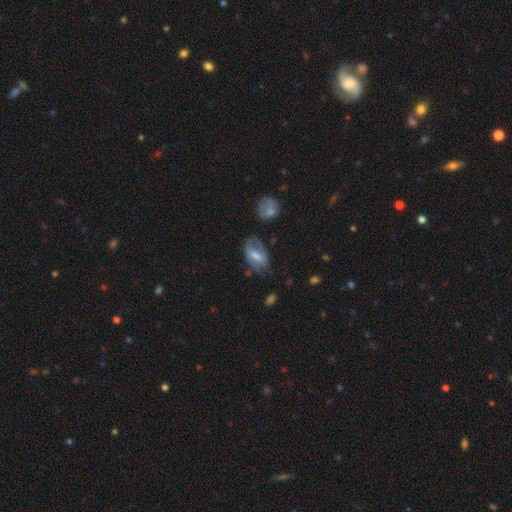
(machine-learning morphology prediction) This appears to be a smooth galaxy with no disk features (52%) that is in between round and cigar-shaped (89%). Merging: none (49%).